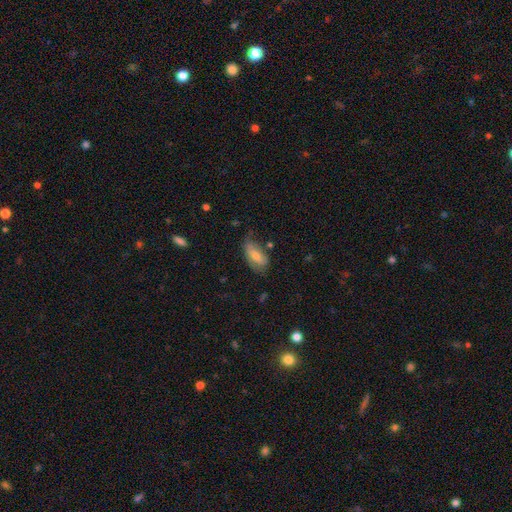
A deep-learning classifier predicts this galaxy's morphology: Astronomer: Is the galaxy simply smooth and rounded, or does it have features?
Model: smooth — 63%.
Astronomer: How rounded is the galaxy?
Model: in between — 85%.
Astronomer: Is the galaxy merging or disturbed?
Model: none — 56% (runner-up: minor disturbance, 31%).